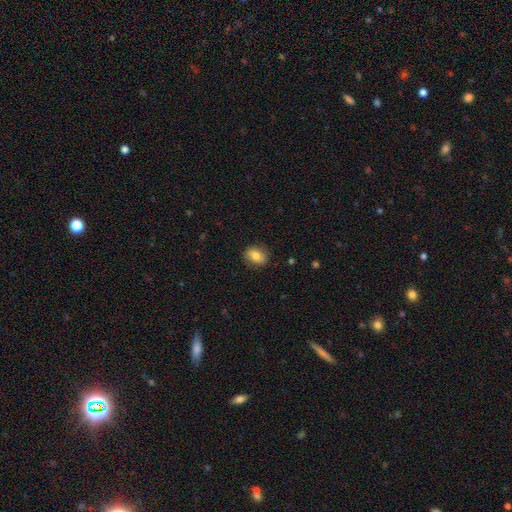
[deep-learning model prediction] smooth-or-featured: smooth: 78% | featured or disk: 13% | star or artifact: 8%
  how-rounded: in between: 63% | round: 36% | cigar-shaped: 2%
  merging: none: 85% | minor disturbance: 11% | major disturbance: 3% | merger: 1%